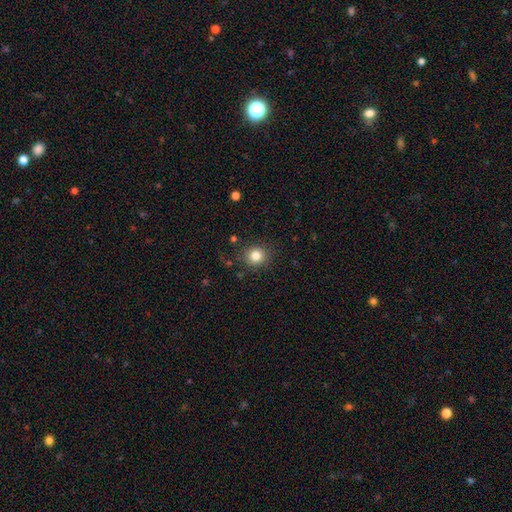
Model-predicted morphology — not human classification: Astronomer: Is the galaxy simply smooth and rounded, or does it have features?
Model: smooth — 83%.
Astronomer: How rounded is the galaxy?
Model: round — 84%.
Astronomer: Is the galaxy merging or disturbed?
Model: none — 86%.